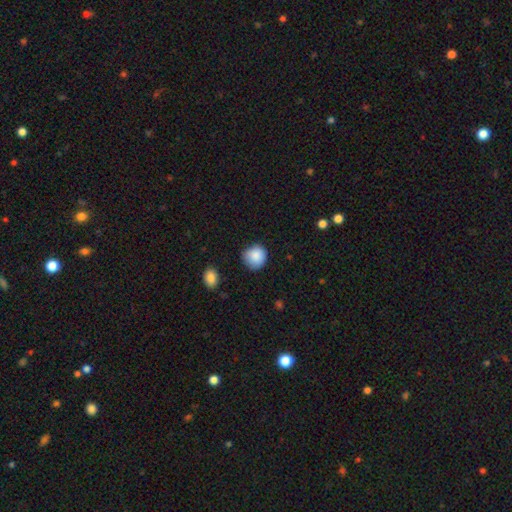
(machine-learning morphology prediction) Smooth or featured? smooth (87%)
How rounded? round (89%)
Merging? none (74%)